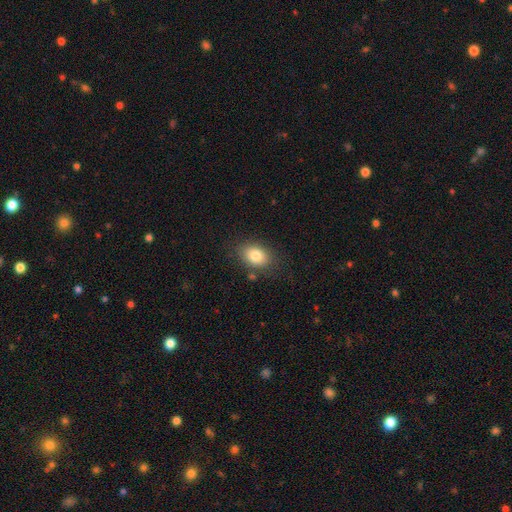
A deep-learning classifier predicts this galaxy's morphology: This appears to be a smooth galaxy with no disk features (82%) that is in between round and cigar-shaped (78%). Merging: none (80%).